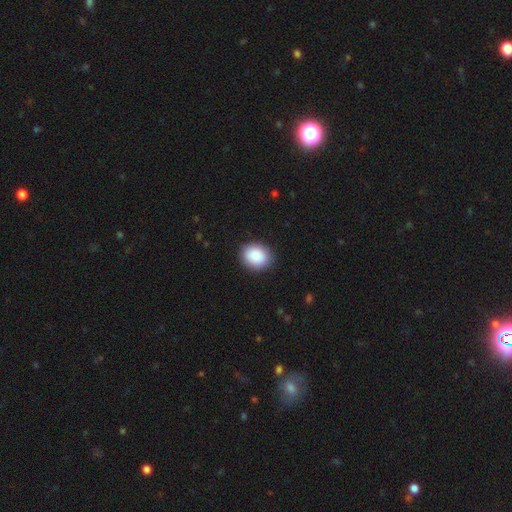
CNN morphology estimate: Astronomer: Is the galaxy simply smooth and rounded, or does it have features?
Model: smooth — 88%.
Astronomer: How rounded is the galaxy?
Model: round — 57% (runner-up: in between, 42%).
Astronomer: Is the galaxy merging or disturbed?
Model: none — 88%.